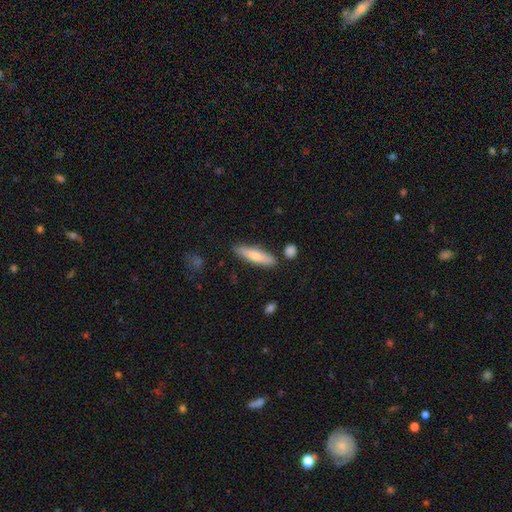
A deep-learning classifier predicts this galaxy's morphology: A smooth galaxy with no disk features (70%) that is cigar-shaped (72%).

Vote fractions:
- Smooth or featured? smooth: 70% / featured or disk: 24% / star or artifact: 5%
- How rounded? cigar-shaped: 72% / in between: 26% / round: 2%
- Merging? none: 82% / minor disturbance: 12% / merger: 4% / major disturbance: 2%